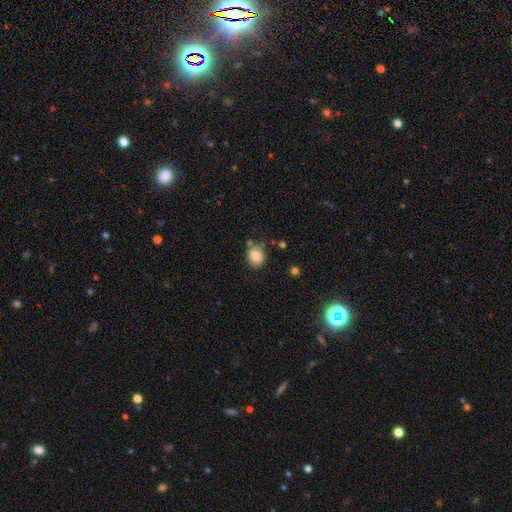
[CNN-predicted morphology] A smooth galaxy with no disk features (83%) that is round (70%). Merging: none (77%).